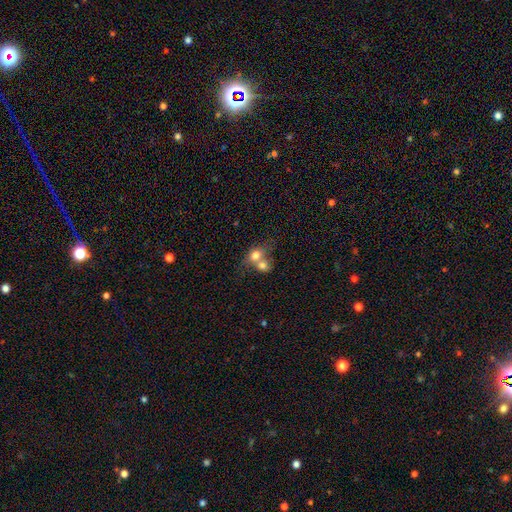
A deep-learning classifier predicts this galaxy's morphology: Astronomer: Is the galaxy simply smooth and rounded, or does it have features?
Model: smooth — 74%.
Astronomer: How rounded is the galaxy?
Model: round — 57% (runner-up: in between, 41%).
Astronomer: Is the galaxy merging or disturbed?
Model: merger — 72%.